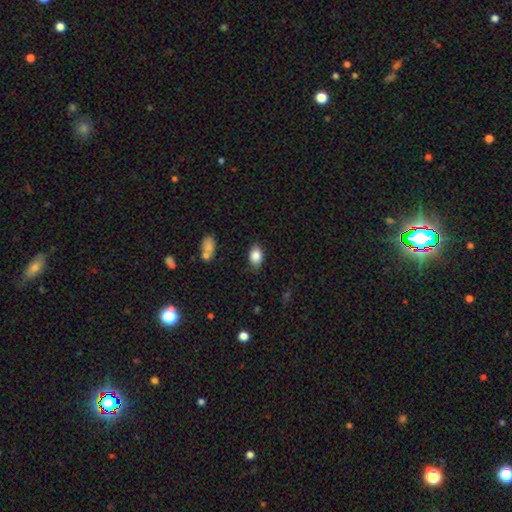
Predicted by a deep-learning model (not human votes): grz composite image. It shows a smooth galaxy with no disk features (86%) that is in between round and cigar-shaped (83%). Merging: none (81%).